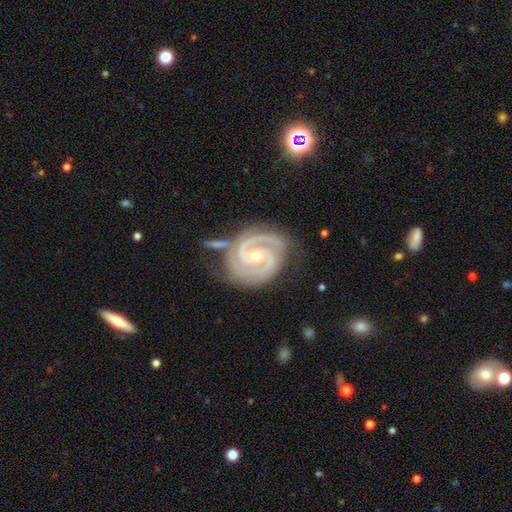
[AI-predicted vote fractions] This is clearly a featured or disk galaxy (94%). It is clearly not viewed edge-on (98%). Bar: possibly no (50%). Spiral arm pattern: clearly yes (99%). Spiral arm count: clearly 2 (84%). Spiral winding: likely tight (76%). Central bulge: possibly small (55%). Merging: likely none (70%).